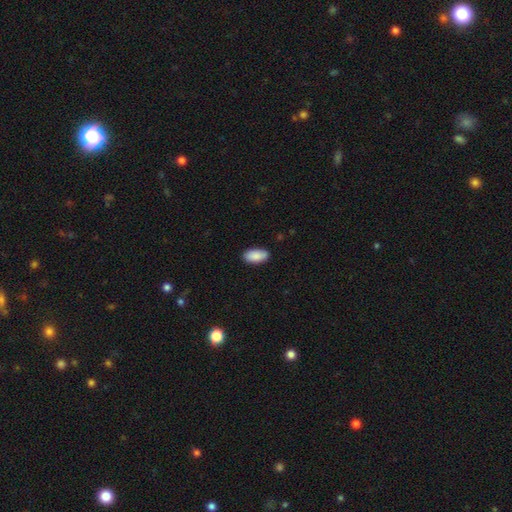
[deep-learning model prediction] Smooth or featured? smooth (89%)
How rounded? in between (94%)
Merging? none (85%)